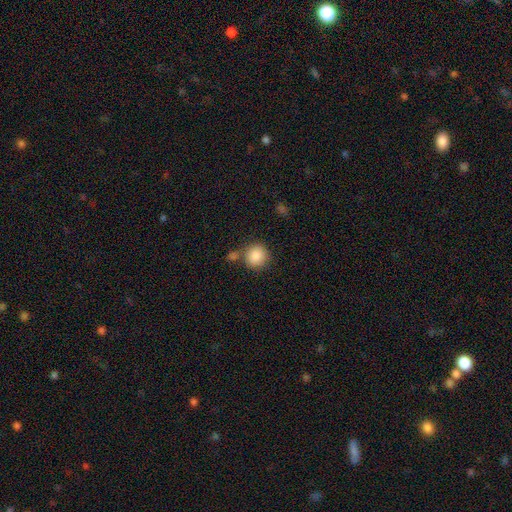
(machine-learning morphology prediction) Smooth or featured?
  - smooth: 87% *
  - star or artifact: 8%
  - featured or disk: 5%
How rounded?
  - round: 91% *
  - in between: 8%
  - cigar-shaped: 1%
Merging?
  - none: 70% *
  - merger: 15%
  - minor disturbance: 11%
  - major disturbance: 4%